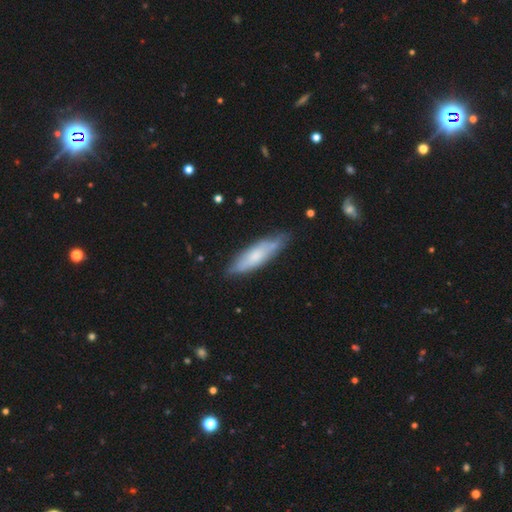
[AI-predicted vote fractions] smooth-or-featured: smooth: 62% | featured or disk: 32% | star or artifact: 6%
  how-rounded: cigar-shaped: 63% | in between: 35% | round: 2%
  merging: none: 72% | minor disturbance: 22% | major disturbance: 4% | merger: 2%